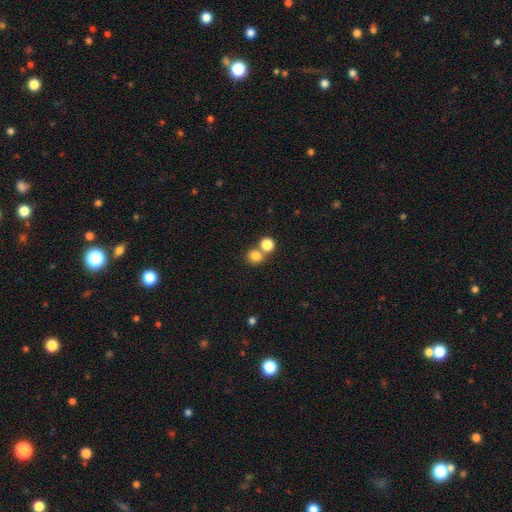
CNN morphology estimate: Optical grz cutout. It shows a smooth galaxy with no disk features (81%) that is round (83%). Merging: none (55%).